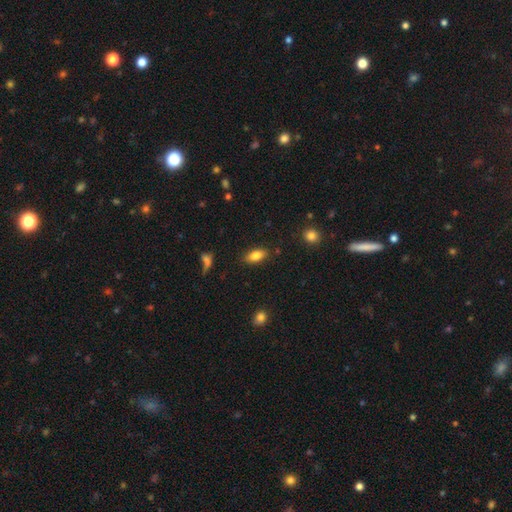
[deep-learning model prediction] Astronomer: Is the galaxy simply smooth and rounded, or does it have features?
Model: smooth — 82%.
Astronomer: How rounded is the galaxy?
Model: in between — 88%.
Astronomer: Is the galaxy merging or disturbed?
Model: none — 84%.